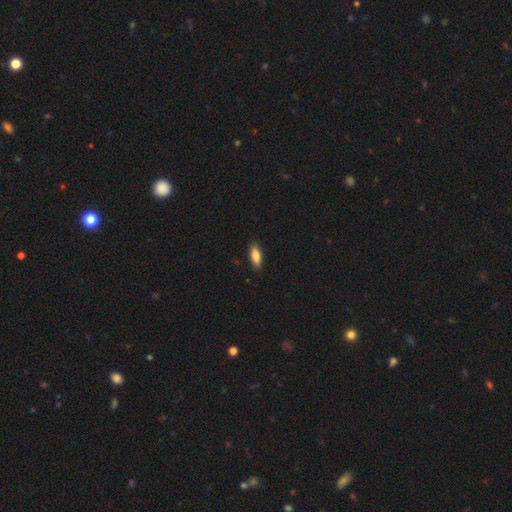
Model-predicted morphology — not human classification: This is clearly a smooth galaxy (83%). How rounded: likely in between (69%). Merging: clearly none (88%).